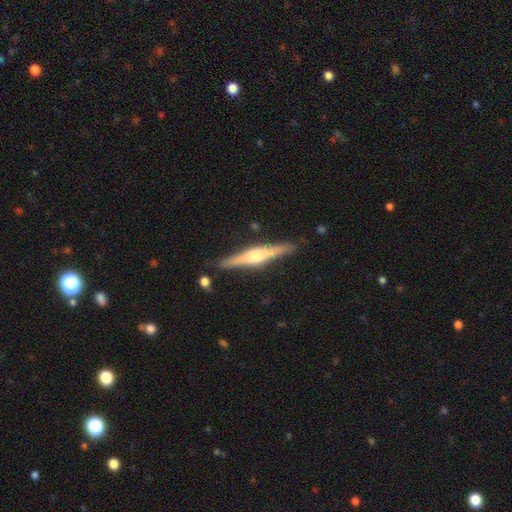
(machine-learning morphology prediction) Smooth or featured? Predicted: featured or disk (p=0.71). Edge-on disk? Predicted: yes (p=0.97). Edge-on bulge? Predicted: rounded (p=0.79). Merging? Predicted: none (p=0.87).